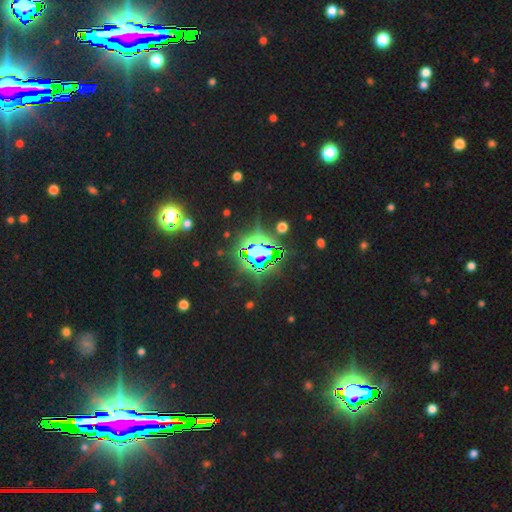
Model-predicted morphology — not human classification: A star or artifact, not a galaxy (79%).

Vote fractions:
- Smooth or featured? star or artifact: 79% / smooth: 11% / featured or disk: 10%